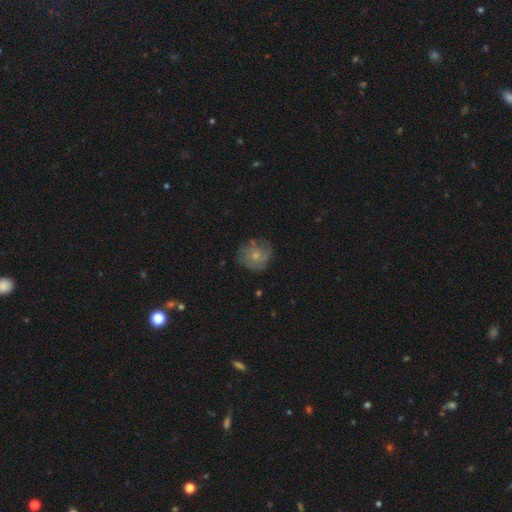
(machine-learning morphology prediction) This is possibly a smooth galaxy (54%). How rounded: clearly round (85%). Merging: likely none (69%).